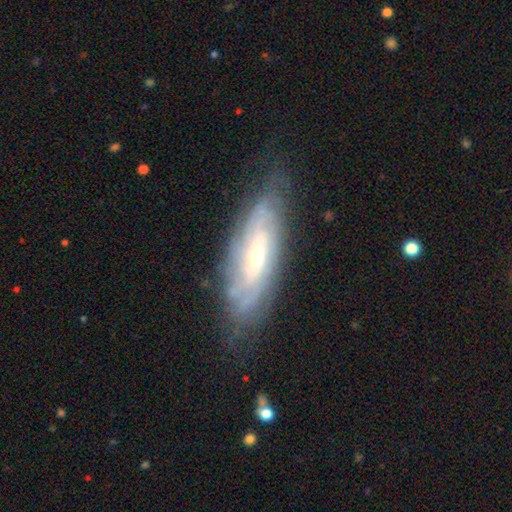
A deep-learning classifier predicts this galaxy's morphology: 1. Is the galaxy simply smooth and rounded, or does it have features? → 76% featured or disk, 18% smooth, 6% star or artifact.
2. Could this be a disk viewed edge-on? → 80% no, 20% yes.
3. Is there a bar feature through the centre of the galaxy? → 59% no, 30% weak, 10% strong.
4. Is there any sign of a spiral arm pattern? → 87% yes, 13% no.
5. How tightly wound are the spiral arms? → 72% tight, 22% medium, 6% loose.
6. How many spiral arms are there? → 61% can't tell, 13% 2, 9% 4, 8% 3, 6% more than 4, 3% 1.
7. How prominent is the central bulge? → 62% small, 33% moderate, 2% large, 1% none, 1% dominant.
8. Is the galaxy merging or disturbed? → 74% none, 19% minor disturbance, 5% major disturbance, 1% merger.